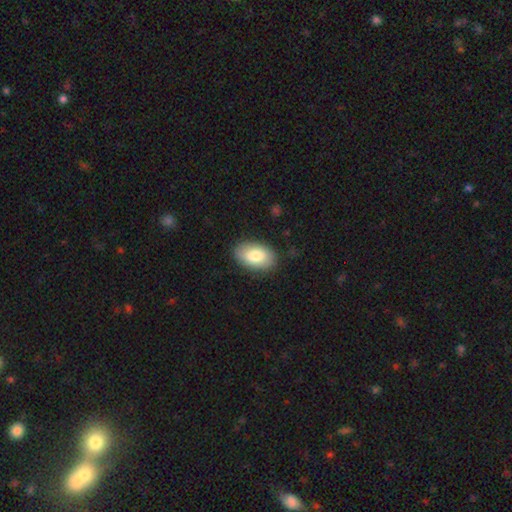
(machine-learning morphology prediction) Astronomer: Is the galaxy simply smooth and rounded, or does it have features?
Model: smooth — 82%.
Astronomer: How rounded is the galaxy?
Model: in between — 94%.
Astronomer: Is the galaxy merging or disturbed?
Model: none — 85%.